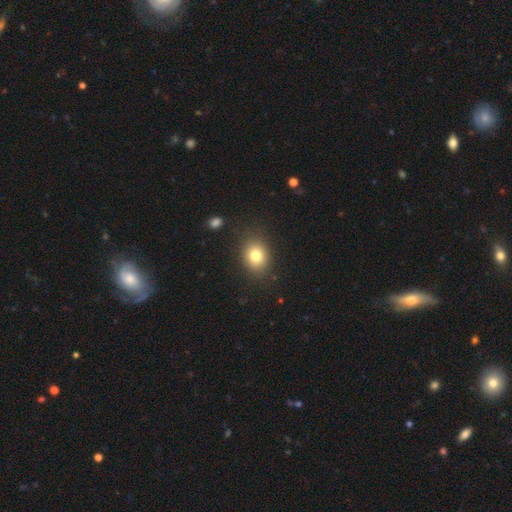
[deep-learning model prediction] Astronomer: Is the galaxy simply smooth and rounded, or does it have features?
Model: smooth — 80%.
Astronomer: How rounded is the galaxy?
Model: round — 55% (runner-up: in between, 44%).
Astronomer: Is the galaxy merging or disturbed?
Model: none — 86%.